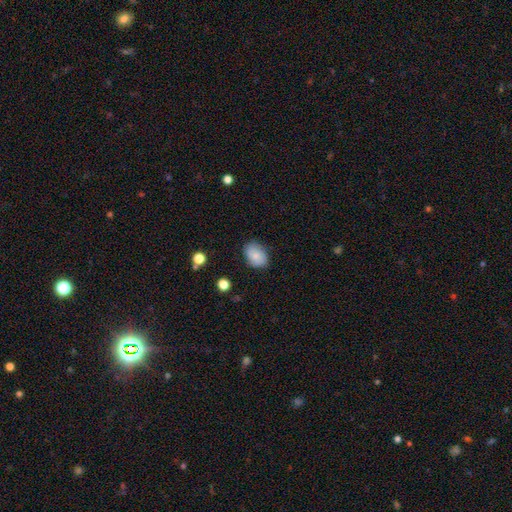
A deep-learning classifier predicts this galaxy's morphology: Smooth or featured: smooth — 79% (featured or disk — 14%)
How rounded: in between — 78% (round — 21%)
Merging: none — 79% (minor disturbance — 17%)